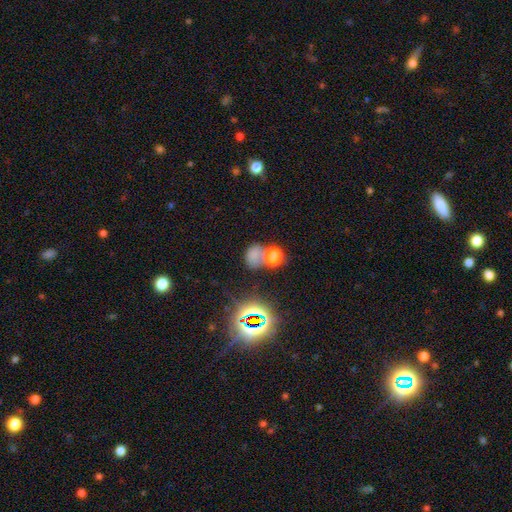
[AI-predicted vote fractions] smooth_or_featured: smooth (p=0.60) [alt: star or artifact p=0.29]
how_rounded: round (p=0.59) [alt: in between p=0.40]
merging: merger (p=0.40) [alt: none p=0.39]